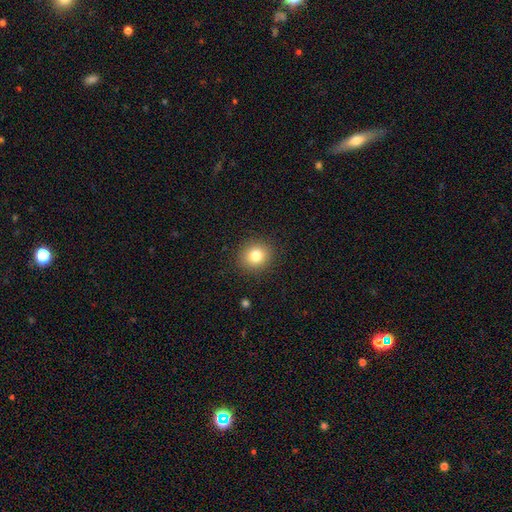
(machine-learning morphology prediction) Q: Smooth or featured?
A: smooth (80%); runner-up: star or artifact (11%)
Q: How rounded?
A: round (83%); runner-up: in between (16%)
Q: Merging?
A: none (90%); runner-up: minor disturbance (7%)